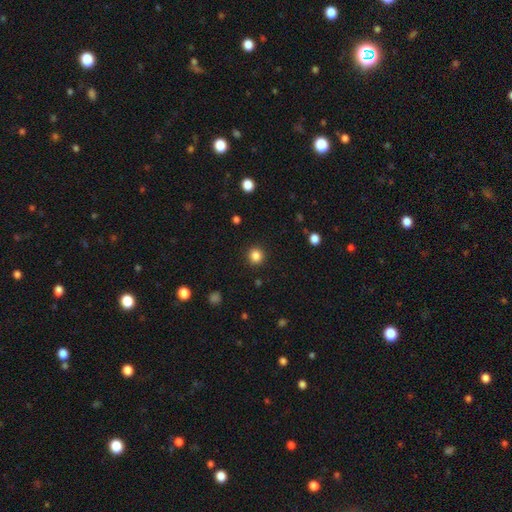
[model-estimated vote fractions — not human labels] Smooth or featured? Predicted: smooth (p=0.85). How rounded? Predicted: round (p=0.92). Merging? Predicted: none (p=0.91).